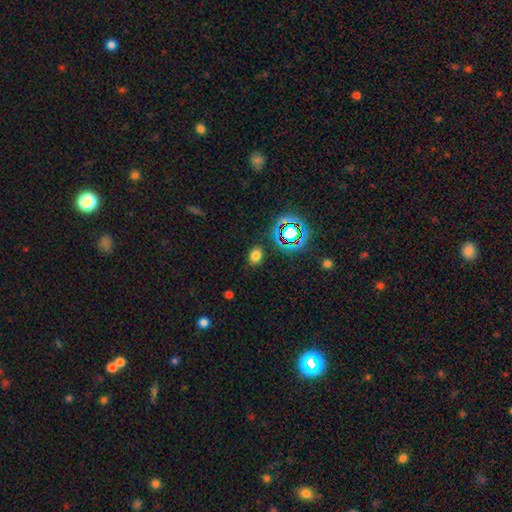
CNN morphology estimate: Smooth or featured?
  - smooth: 72% *
  - star or artifact: 22%
  - featured or disk: 6%
How rounded?
  - in between: 59% *
  - round: 40%
  - cigar-shaped: 1%
Merging?
  - none: 85% *
  - minor disturbance: 10%
  - major disturbance: 3%
  - merger: 2%